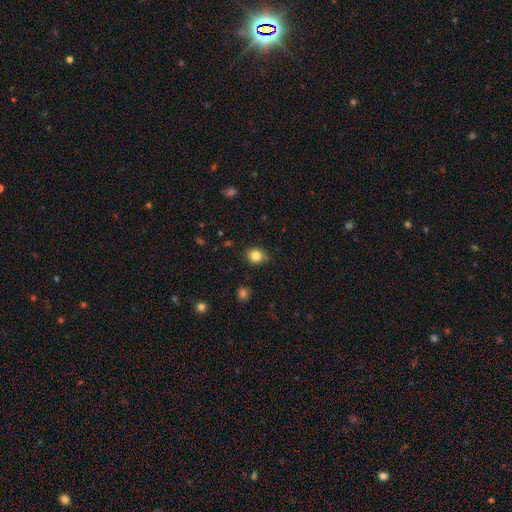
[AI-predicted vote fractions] smooth_or_featured: smooth (p=0.83) [alt: star or artifact p=0.11]
how_rounded: round (p=0.77) [alt: in between p=0.22]
merging: none (p=0.82) [alt: minor disturbance p=0.14]